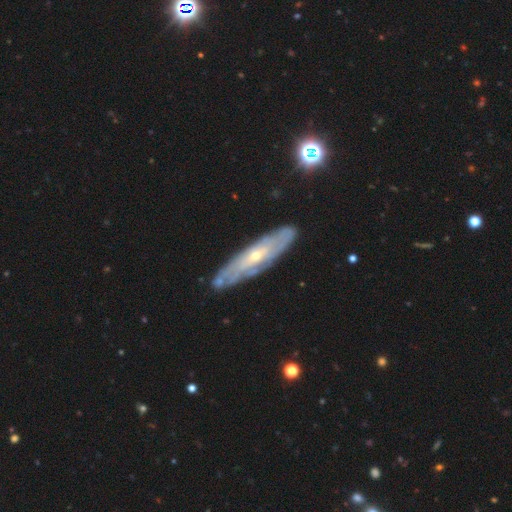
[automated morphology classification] Smooth or featured? featured or disk (75%)
Edge-on disk? no (63%)
Merging? none (82%)